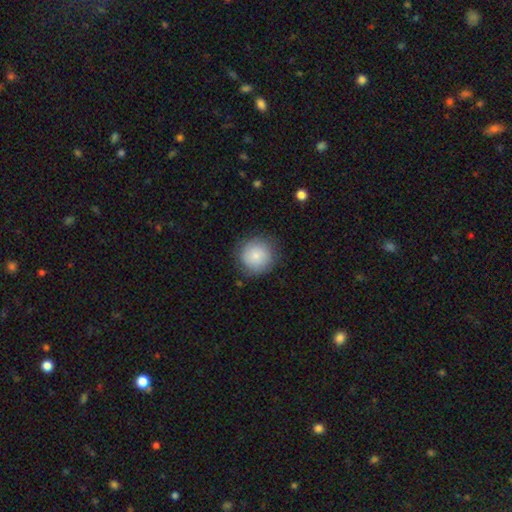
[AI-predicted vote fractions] The model was most divided on "smooth or featured": smooth: 81%, featured or disk: 12%, star or artifact: 7%. More confident: how rounded — round (94%); merging — none (83%).